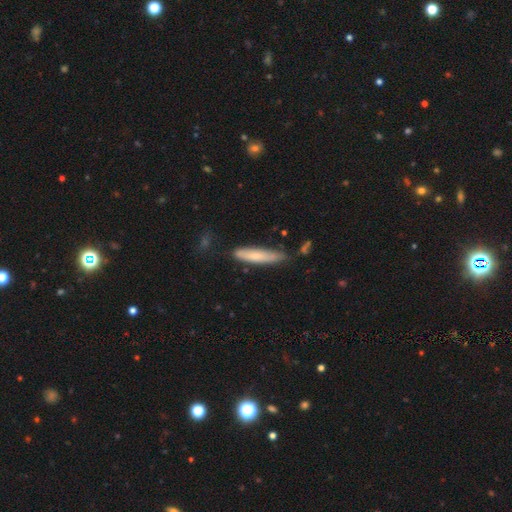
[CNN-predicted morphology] Overall: smooth (73%). How rounded: cigar-shaped (87%). Merging: none (70%).